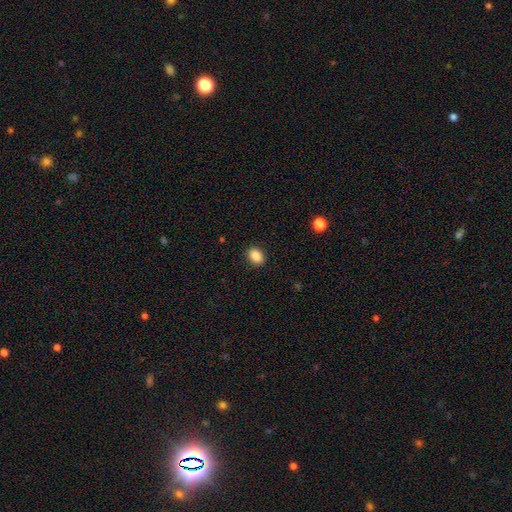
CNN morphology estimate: Smooth or featured? smooth (87%)
How rounded? in between (71%)
Merging? none (89%)